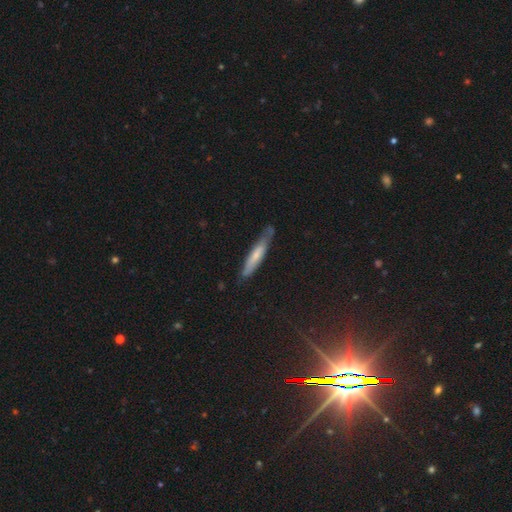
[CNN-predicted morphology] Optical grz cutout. It shows a smooth galaxy with no disk features (57%) that is cigar-shaped (88%). Merging: none (67%).